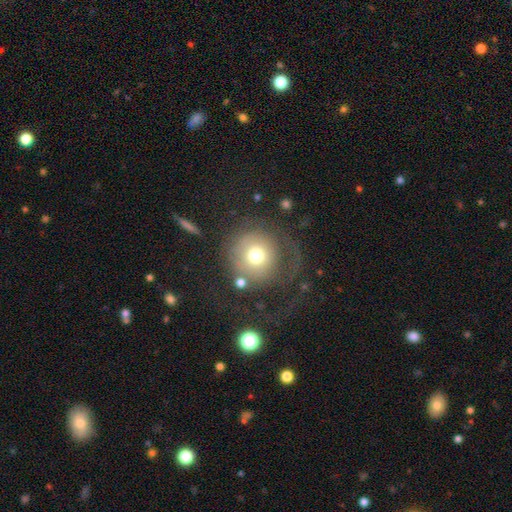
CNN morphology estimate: smooth 60%, featured or disk 29%, star or artifact 11%. Down the decision tree: how rounded — round (92%); merging — none (47%).